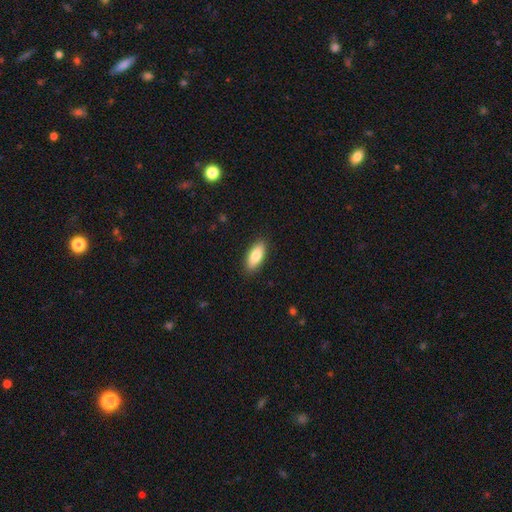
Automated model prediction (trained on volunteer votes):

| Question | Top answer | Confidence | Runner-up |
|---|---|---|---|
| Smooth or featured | smooth | 83% | featured or disk (11%) |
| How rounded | in between | 83% | cigar-shaped (15%) |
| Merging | none | 89% | minor disturbance (8%) |